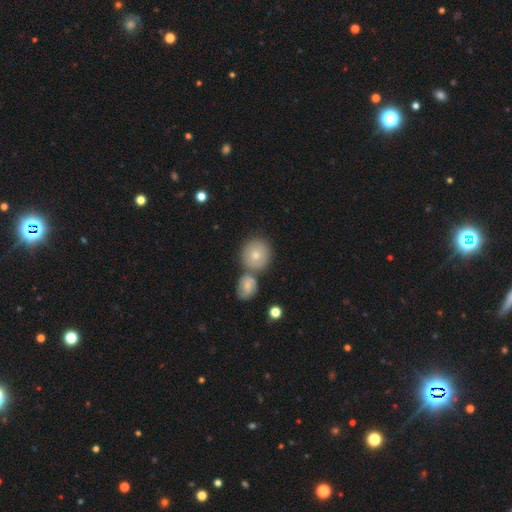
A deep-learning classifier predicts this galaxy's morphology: smooth-or-featured: smooth: 73% | featured or disk: 19% | star or artifact: 8%
  how-rounded: round: 89% | in between: 10% | cigar-shaped: 1%
  merging: none: 58% | merger: 29% | minor disturbance: 10% | major disturbance: 3%